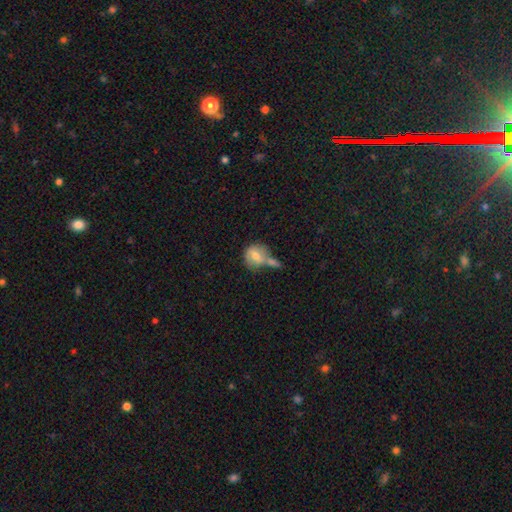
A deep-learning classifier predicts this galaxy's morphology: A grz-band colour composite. It shows a smooth galaxy with no disk features (69%) that is round (72%). Merging: merger (45%).